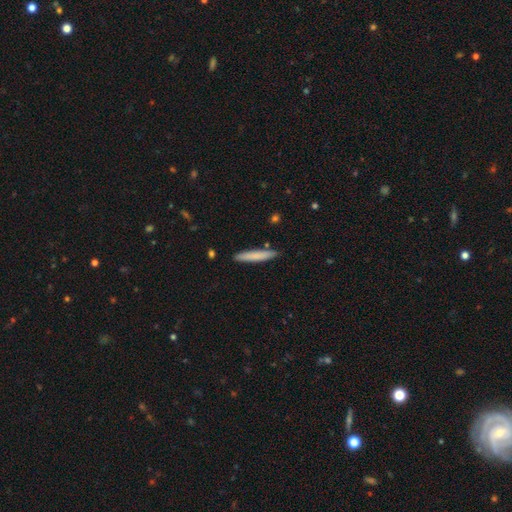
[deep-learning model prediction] Morphology: type=smooth (77%); roundness=cigar-shaped (93%); merging=none (88%).